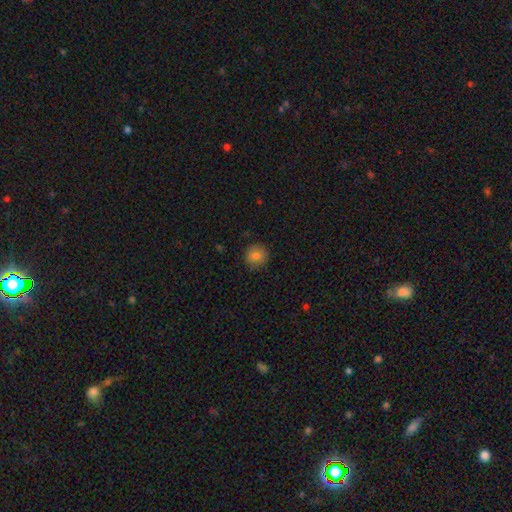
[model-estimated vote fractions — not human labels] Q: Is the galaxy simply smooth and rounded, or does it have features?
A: smooth — 82%.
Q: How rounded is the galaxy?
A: round — 92%.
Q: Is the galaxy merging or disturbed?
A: none — 88%.